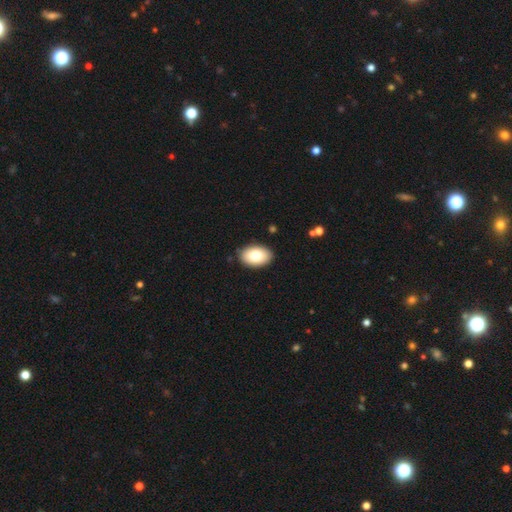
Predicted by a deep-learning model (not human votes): smooth-or-featured: smooth: 78% | featured or disk: 15% | star or artifact: 7%
  how-rounded: in between: 89% | round: 10% | cigar-shaped: 1%
  merging: none: 89% | minor disturbance: 8% | major disturbance: 2% | merger: 1%